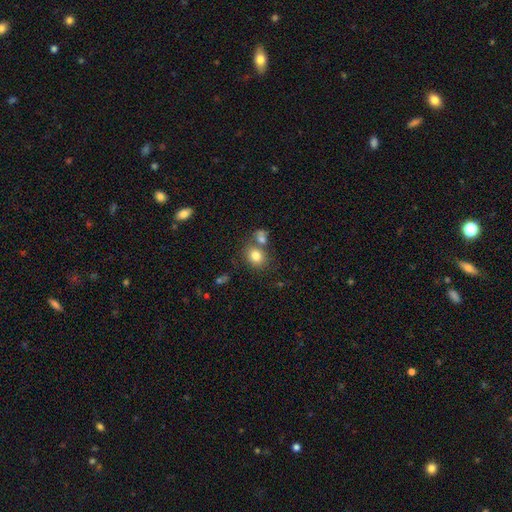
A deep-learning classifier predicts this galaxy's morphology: smooth-or-featured: smooth: 79% | star or artifact: 11% | featured or disk: 10%
  how-rounded: round: 57% | in between: 42% | cigar-shaped: 1%
  merging: none: 60% | merger: 25% | minor disturbance: 11% | major disturbance: 4%